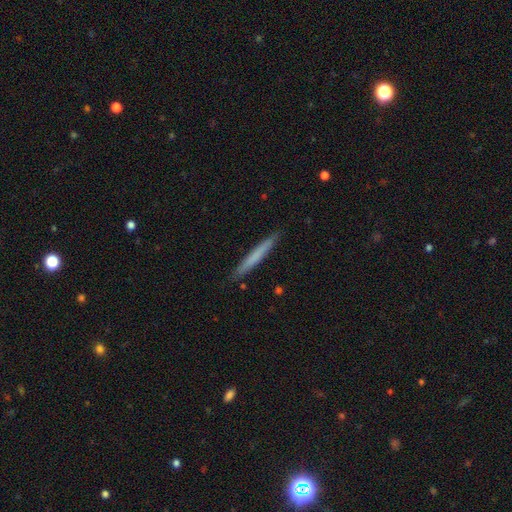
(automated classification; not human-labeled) The model was most divided on "smooth or featured": smooth: 66%, featured or disk: 28%, star or artifact: 6%. More confident: how rounded — cigar-shaped (97%); merging — none (90%).